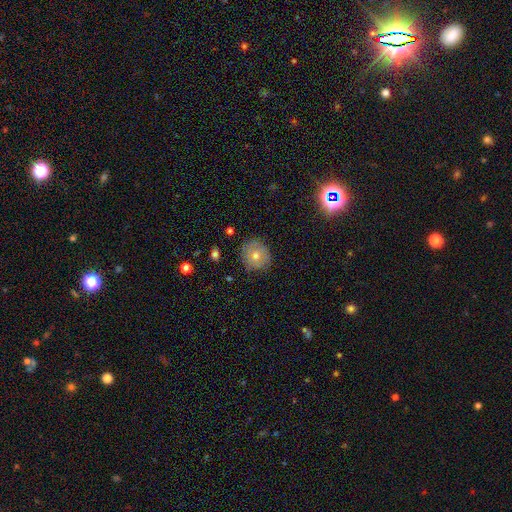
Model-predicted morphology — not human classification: A smooth galaxy with no disk features (59%) that is round (87%).

Vote fractions:
- Smooth or featured? smooth: 59% / featured or disk: 26% / star or artifact: 15%
- How rounded? round: 87% / in between: 12% / cigar-shaped: 1%
- Merging? none: 85% / minor disturbance: 12% / major disturbance: 3% / merger: 1%